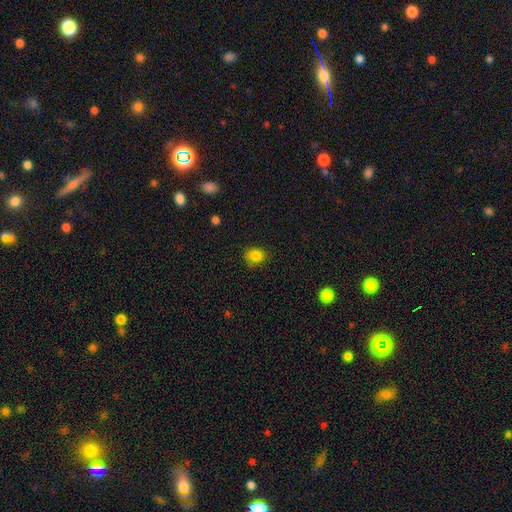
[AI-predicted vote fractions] A smooth galaxy with no disk features (84%) that is round (55%).

Vote fractions:
- Smooth or featured? smooth: 84% / star or artifact: 12% / featured or disk: 5%
- How rounded? round: 55% / in between: 44% / cigar-shaped: 1%
- Merging? none: 78% / minor disturbance: 17% / major disturbance: 4% / merger: 1%